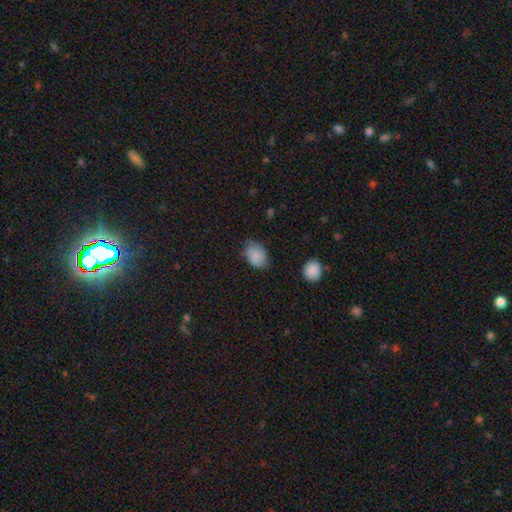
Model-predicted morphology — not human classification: Smooth or featured? Predicted: smooth (p=0.82). How rounded? Predicted: in between (p=0.75). Merging? Predicted: none (p=0.63).